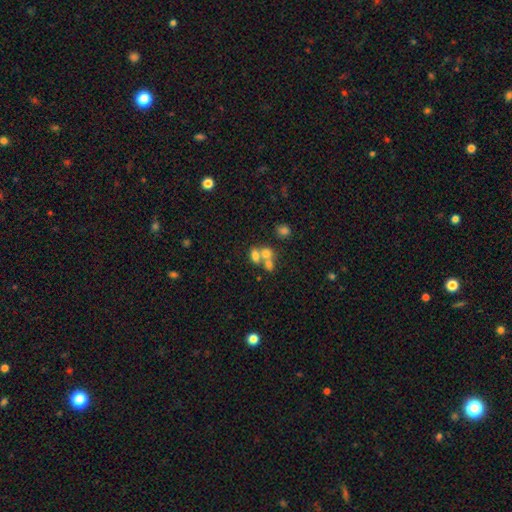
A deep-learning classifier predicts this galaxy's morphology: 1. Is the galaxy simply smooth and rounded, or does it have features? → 63% smooth, 22% featured or disk, 15% star or artifact.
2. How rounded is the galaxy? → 61% in between, 37% round, 2% cigar-shaped.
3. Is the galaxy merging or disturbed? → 59% merger, 29% none, 7% minor disturbance, 5% major disturbance.